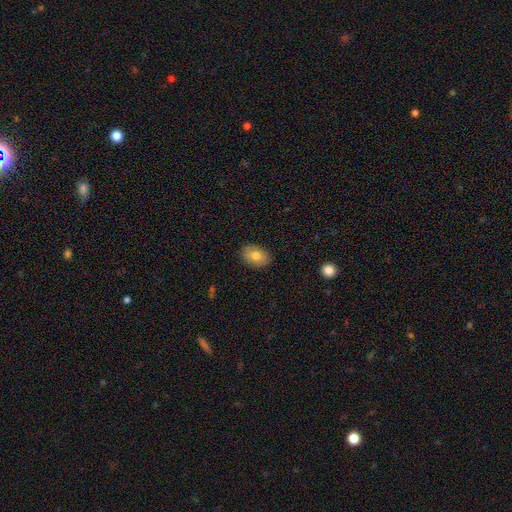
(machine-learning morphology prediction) smooth_or_featured: smooth (p=0.79) [alt: featured or disk p=0.13]
how_rounded: in between (p=0.81) [alt: round p=0.18]
merging: none (p=0.88) [alt: minor disturbance p=0.09]